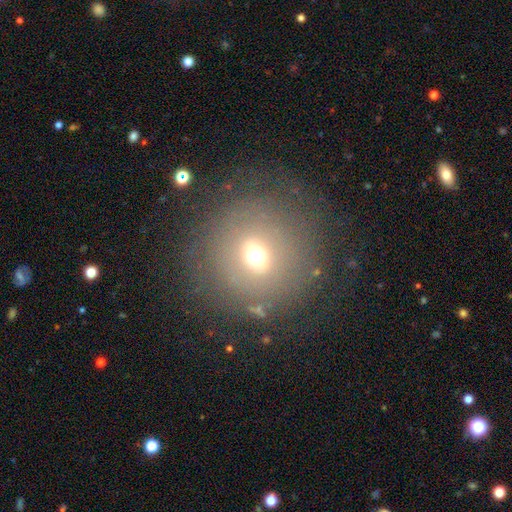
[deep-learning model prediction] This is possibly a smooth galaxy (60%). How rounded: clearly round (91%). Merging: likely none (79%).